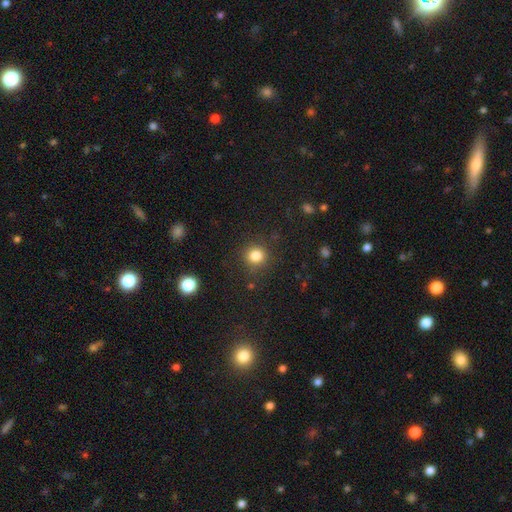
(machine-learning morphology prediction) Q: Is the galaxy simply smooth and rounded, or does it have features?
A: smooth — 83%.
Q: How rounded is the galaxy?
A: round — 89%.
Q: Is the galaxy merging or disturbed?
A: none — 86%.